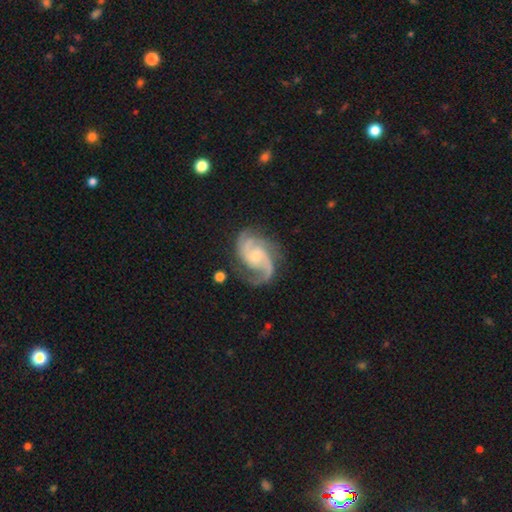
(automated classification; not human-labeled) Morphology: type=featured or disk (92%); edge-on=no (98%); bar=no (56%); spiral arms=yes (98%); winding=medium (56%); arm count=2 (68%); bulge=small (49%); merging=none (74%).